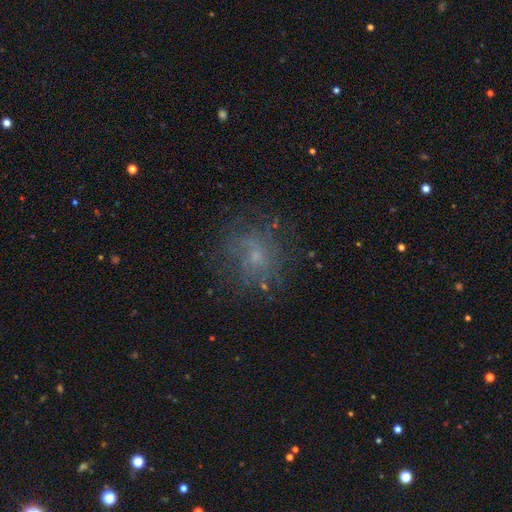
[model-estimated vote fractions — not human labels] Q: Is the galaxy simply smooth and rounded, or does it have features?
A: smooth — 44%.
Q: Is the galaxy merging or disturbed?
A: none — 65%.